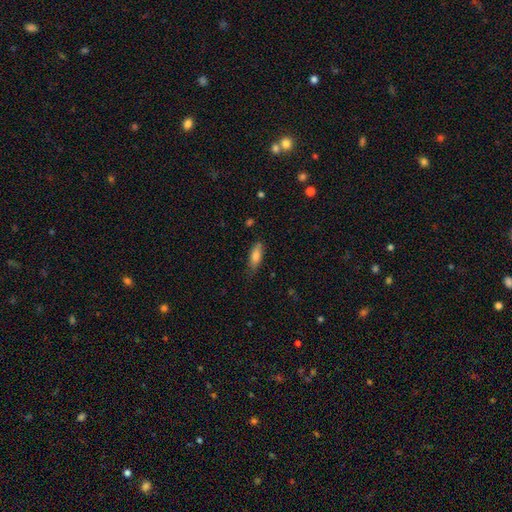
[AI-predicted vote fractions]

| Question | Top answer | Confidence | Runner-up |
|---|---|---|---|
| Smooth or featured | smooth | 81% | featured or disk (12%) |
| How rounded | in between | 66% | cigar-shaped (32%) |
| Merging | none | 74% | minor disturbance (21%) |